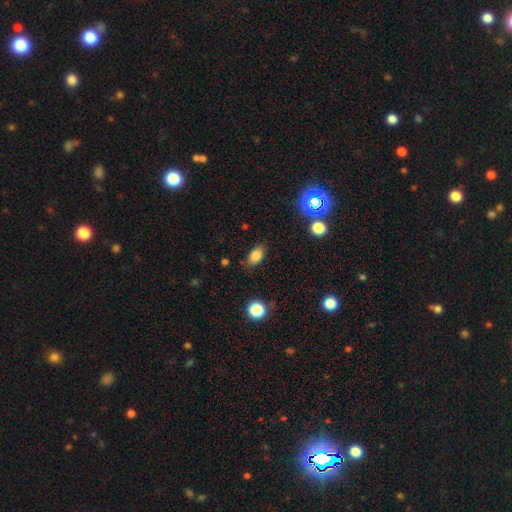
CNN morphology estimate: This is clearly a smooth galaxy (81%). How rounded: clearly in between (87%). Merging: clearly none (83%).